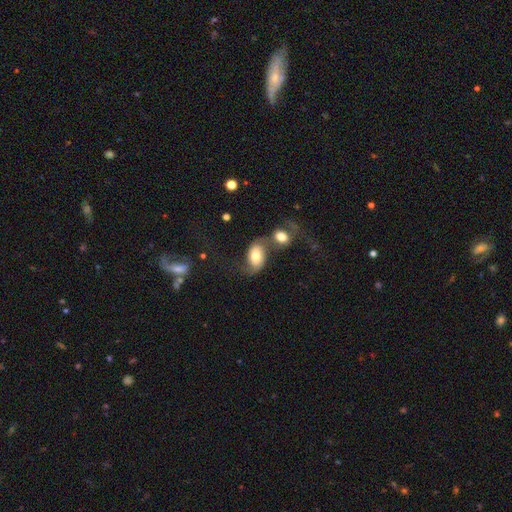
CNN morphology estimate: This is possibly a smooth galaxy (50%). Merging: marginally merger (45%).